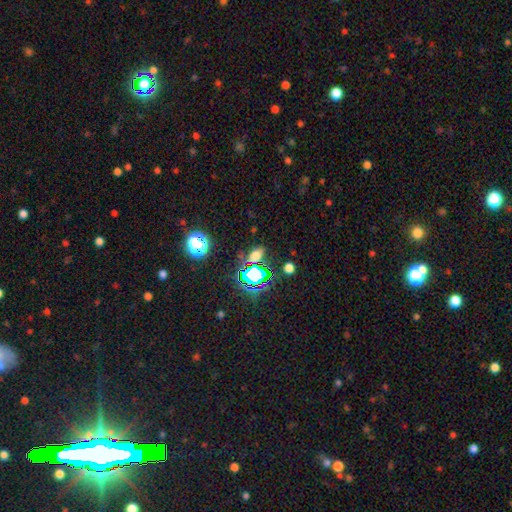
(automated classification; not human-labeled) Q: Smooth or featured?
A: smooth (46%); runner-up: star or artifact (44%)
Q: Merging?
A: none (75%); runner-up: minor disturbance (12%)